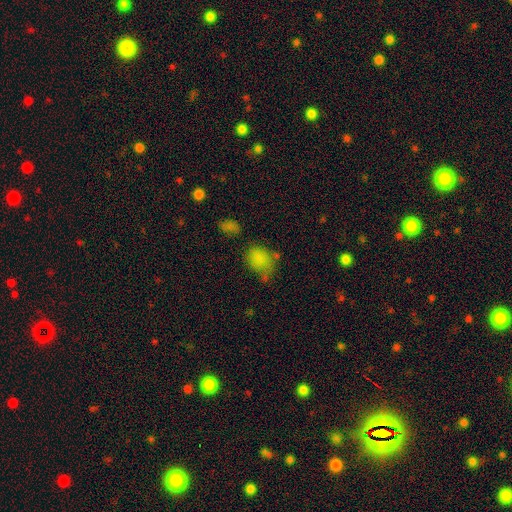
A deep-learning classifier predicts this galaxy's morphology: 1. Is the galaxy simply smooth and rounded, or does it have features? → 74% smooth, 18% star or artifact, 8% featured or disk.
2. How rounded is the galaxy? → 60% in between, 38% round, 2% cigar-shaped.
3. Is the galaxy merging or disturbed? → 49% none, 27% minor disturbance, 14% major disturbance, 10% merger.